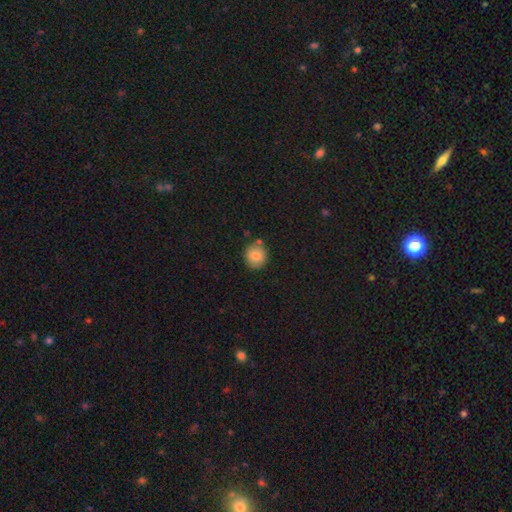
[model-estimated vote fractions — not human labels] Smooth or featured: smooth — 81% (featured or disk — 11%)
How rounded: round — 85% (in between — 14%)
Merging: none — 77% (minor disturbance — 14%)